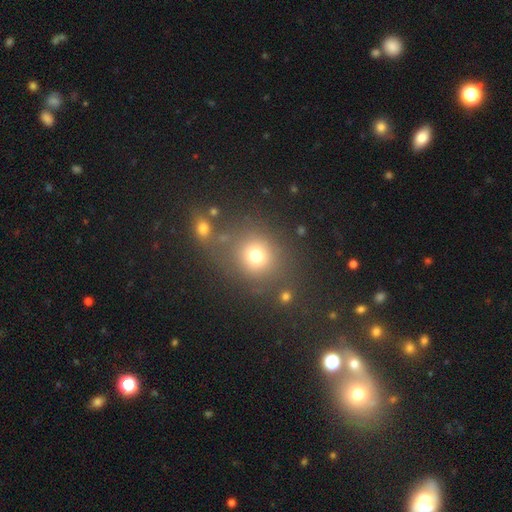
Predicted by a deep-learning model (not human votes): smooth 73%, star or artifact 17%, featured or disk 10%. Down the decision tree: how rounded — round (83%); merging — none (70%).